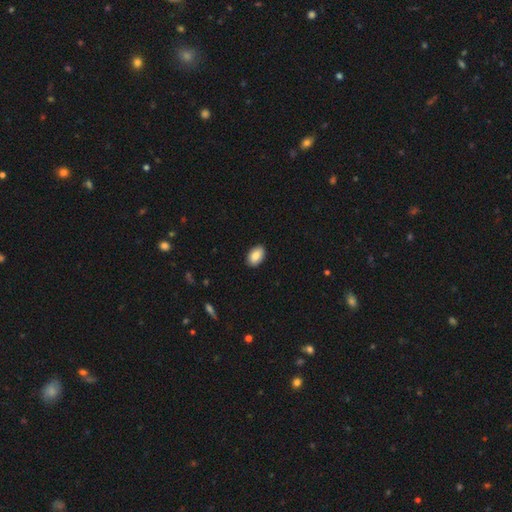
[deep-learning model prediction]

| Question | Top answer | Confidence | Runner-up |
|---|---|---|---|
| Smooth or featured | smooth | 86% | featured or disk (7%) |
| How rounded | in between | 90% | round (9%) |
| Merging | none | 90% | minor disturbance (8%) |